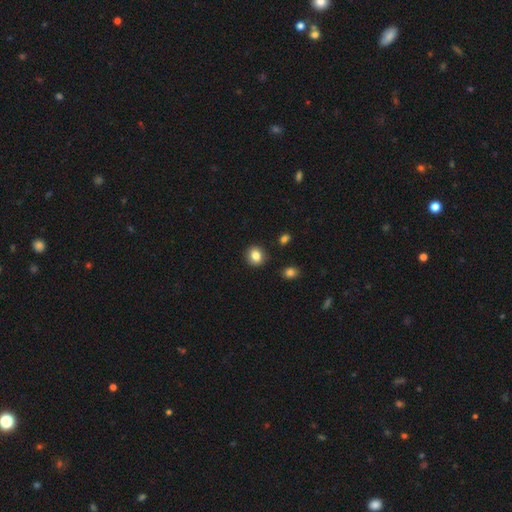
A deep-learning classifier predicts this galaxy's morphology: Q: Smooth or featured?
A: smooth (83%); runner-up: star or artifact (10%)
Q: How rounded?
A: round (79%); runner-up: in between (20%)
Q: Merging?
A: none (89%); runner-up: minor disturbance (7%)